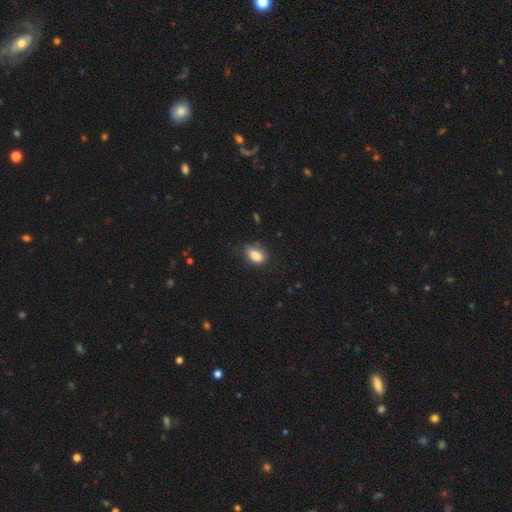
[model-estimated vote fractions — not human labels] Smooth or featured?
  - smooth: 85% *
  - star or artifact: 9%
  - featured or disk: 7%
How rounded?
  - in between: 86% *
  - round: 11%
  - cigar-shaped: 3%
Merging?
  - none: 71% *
  - minor disturbance: 23%
  - major disturbance: 5%
  - merger: 2%